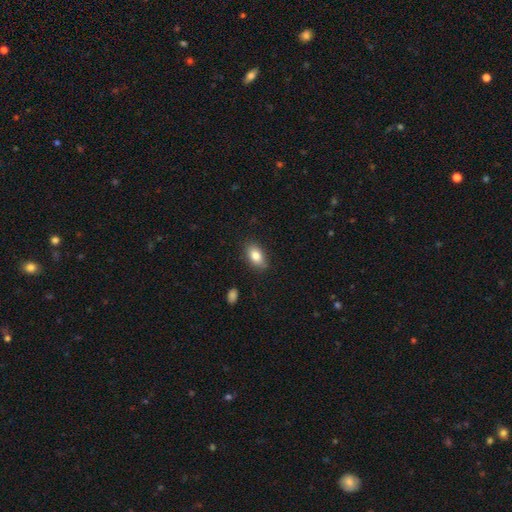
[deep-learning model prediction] smooth-or-featured: smooth: 83% | featured or disk: 9% | star or artifact: 8%
  how-rounded: in between: 89% | round: 8% | cigar-shaped: 3%
  merging: none: 85% | minor disturbance: 11% | major disturbance: 2% | merger: 1%